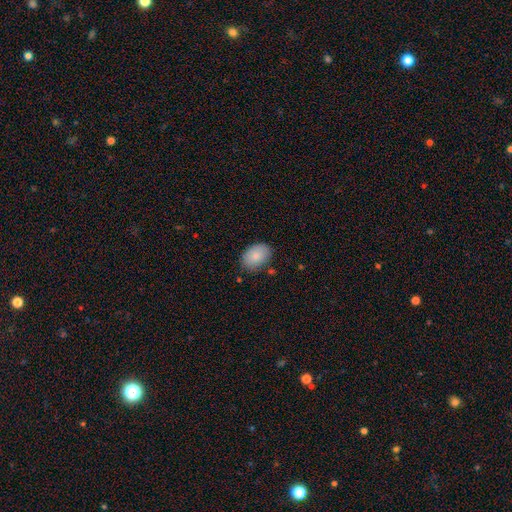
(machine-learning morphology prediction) Overall: smooth (85%). How rounded: in between (81%). Merging: none (80%).